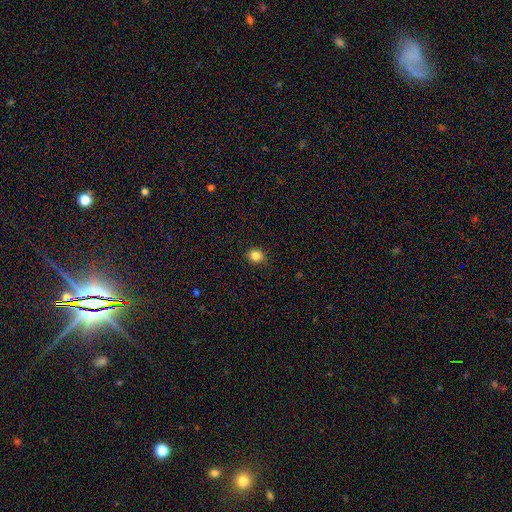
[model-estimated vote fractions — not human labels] The model was most divided on "how rounded": round: 62%, in between: 38%, cigar-shaped: 1%. More confident: merging — none (88%); smooth or featured — smooth (85%).